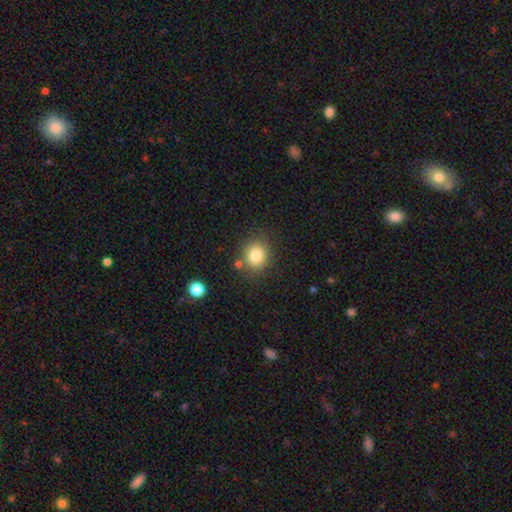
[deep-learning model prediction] This is clearly a smooth galaxy (82%). How rounded: likely round (76%). Merging: likely none (79%).